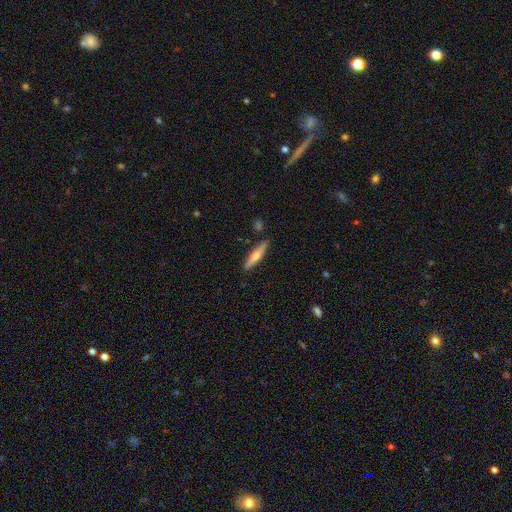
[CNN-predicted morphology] smooth 48%, featured or disk 47%, star or artifact 6%. Down the decision tree: merging — none (86%).